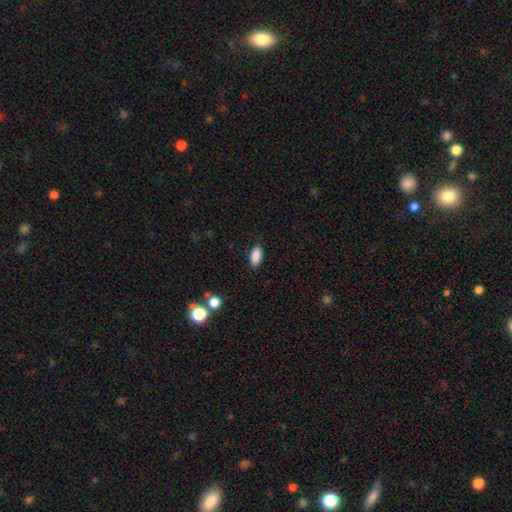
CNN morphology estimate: smooth-or-featured: smooth: 88% | star or artifact: 8% | featured or disk: 4%
  how-rounded: in between: 90% | cigar-shaped: 6% | round: 4%
  merging: none: 87% | minor disturbance: 9% | major disturbance: 2% | merger: 1%